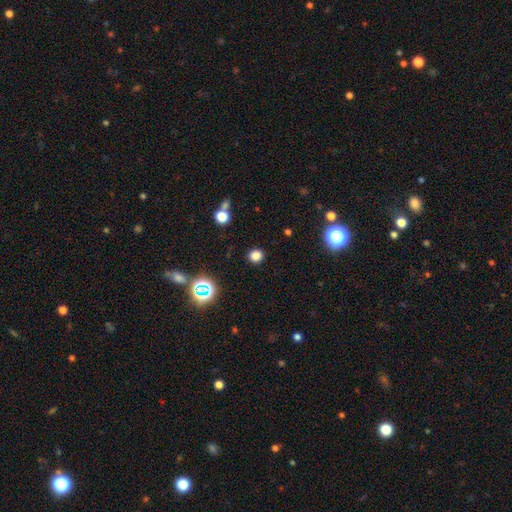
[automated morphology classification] Smooth or featured: smooth — 78% (star or artifact — 18%)
How rounded: round — 87% (in between — 12%)
Merging: none — 90% (minor disturbance — 6%)